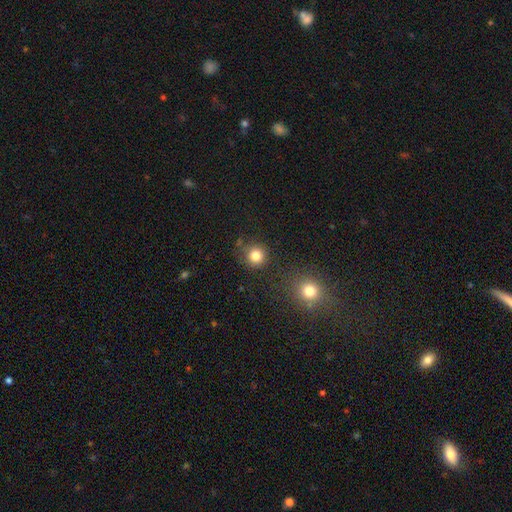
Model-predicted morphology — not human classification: Smooth or featured? Predicted: smooth (p=0.82). How rounded? Predicted: round (p=0.92). Merging? Predicted: none (p=0.82).